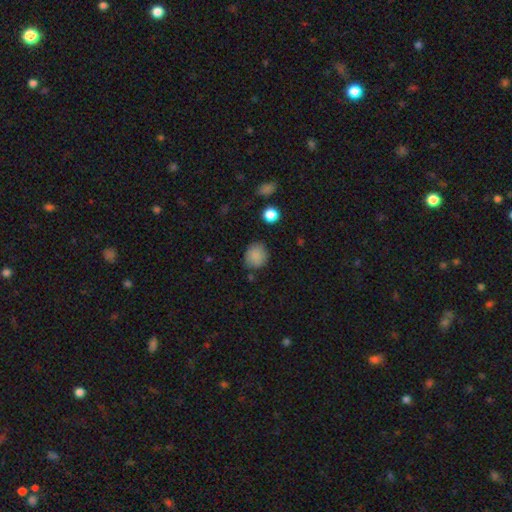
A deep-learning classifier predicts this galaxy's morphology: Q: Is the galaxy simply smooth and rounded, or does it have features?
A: smooth — 85%.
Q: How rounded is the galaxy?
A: round — 79%.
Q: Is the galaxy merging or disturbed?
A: none — 77%.